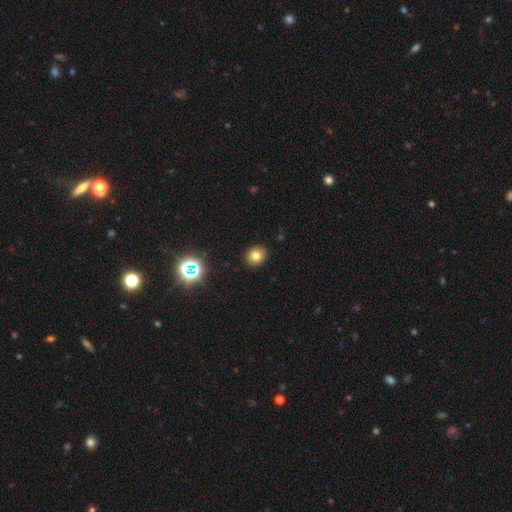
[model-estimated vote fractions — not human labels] Smooth or featured: smooth — 76% (star or artifact — 15%)
How rounded: round — 70% (in between — 30%)
Merging: none — 91% (minor disturbance — 6%)